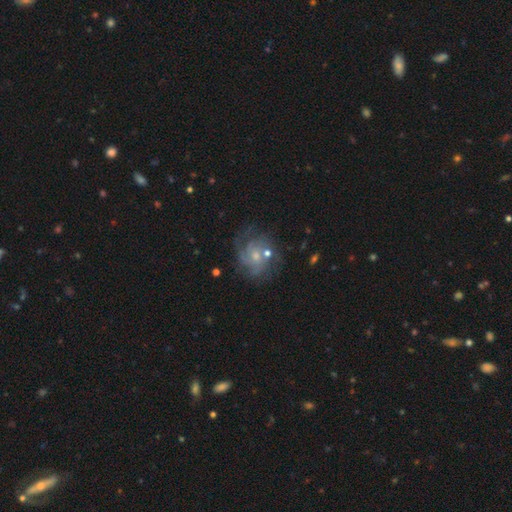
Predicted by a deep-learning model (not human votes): smooth_or_featured: featured or disk (p=0.73) [alt: smooth p=0.18]
disk_edge_on: no (p=0.98) [alt: yes p=0.02]
bar: no (p=0.72) [alt: weak p=0.25]
has_spiral_arms: yes (p=0.87) [alt: no p=0.13]
spiral_winding: tight (p=0.47) [alt: medium p=0.39]
spiral_arm_count: can't tell (p=0.37) [alt: 3 p=0.24]
bulge_size: small (p=0.54) [alt: moderate p=0.37]
merging: none (p=0.60) [alt: minor disturbance p=0.19]